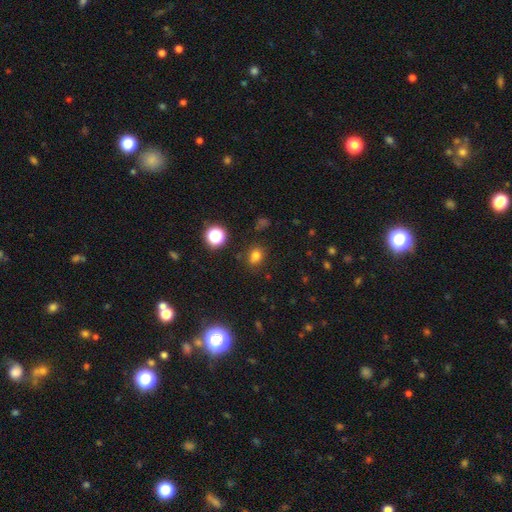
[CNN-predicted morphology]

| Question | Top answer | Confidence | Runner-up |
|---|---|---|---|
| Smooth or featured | smooth | 75% | star or artifact (19%) |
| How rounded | round | 57% | in between (41%) |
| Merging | none | 78% | minor disturbance (14%) |